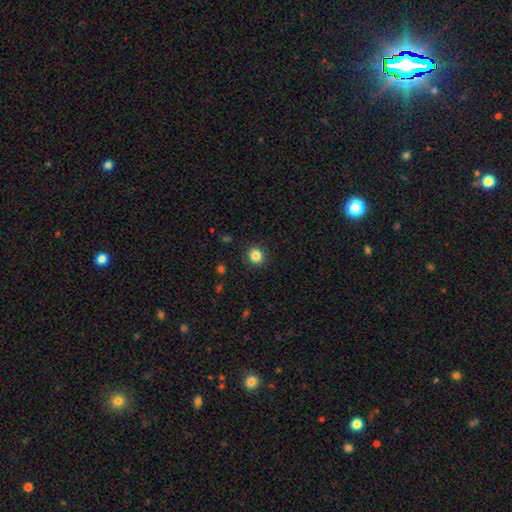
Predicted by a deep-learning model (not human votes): The model was most divided on "how rounded": round: 86%, in between: 13%, cigar-shaped: 1%. More confident: merging — none (90%); smooth or featured — smooth (85%).